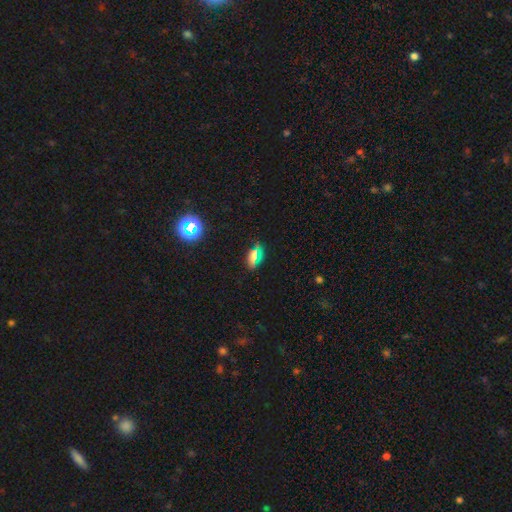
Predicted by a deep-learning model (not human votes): Q: Smooth or featured?
A: smooth (52%); runner-up: star or artifact (33%)
Q: How rounded?
A: in between (76%); runner-up: round (14%)
Q: Merging?
A: none (78%); runner-up: minor disturbance (14%)